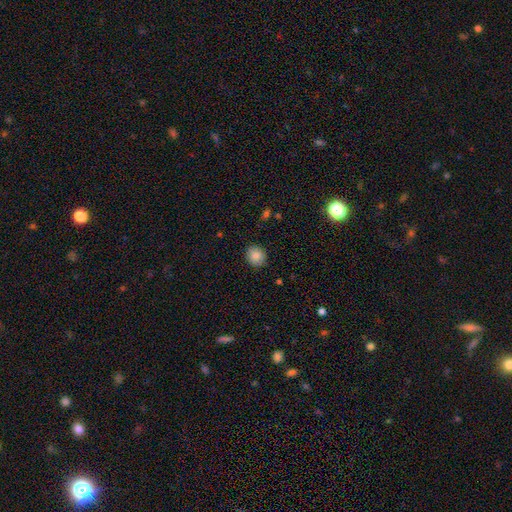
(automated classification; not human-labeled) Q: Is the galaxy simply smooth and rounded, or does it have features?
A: smooth — 86%.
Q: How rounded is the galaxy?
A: round — 74%.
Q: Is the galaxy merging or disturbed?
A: none — 89%.